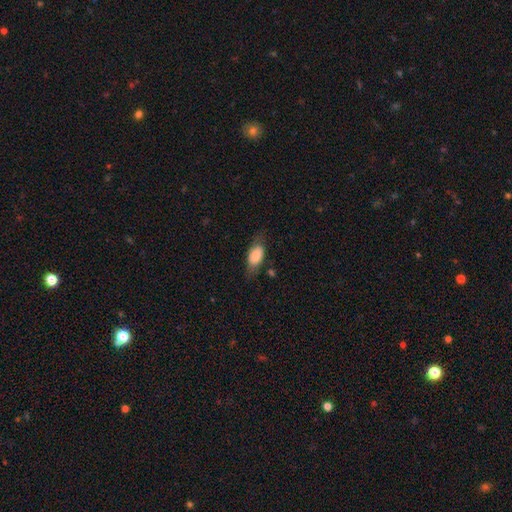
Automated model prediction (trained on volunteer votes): This is likely a smooth galaxy (76%). How rounded: clearly in between (86%). Merging: likely none (67%).